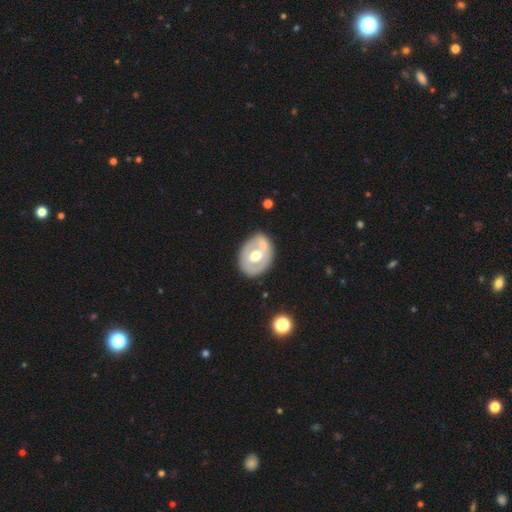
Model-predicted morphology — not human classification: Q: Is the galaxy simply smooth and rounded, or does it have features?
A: featured or disk — 59%.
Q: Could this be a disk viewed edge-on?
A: no — 94%.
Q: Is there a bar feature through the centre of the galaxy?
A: no — 62%.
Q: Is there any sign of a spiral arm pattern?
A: no — 81%.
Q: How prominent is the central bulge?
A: moderate — 74%.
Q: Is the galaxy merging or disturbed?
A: none — 70%.